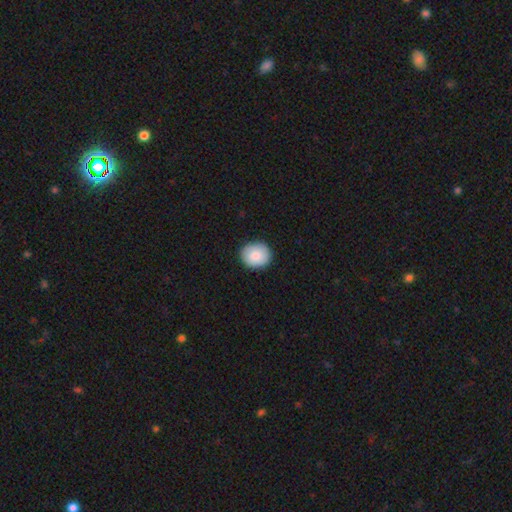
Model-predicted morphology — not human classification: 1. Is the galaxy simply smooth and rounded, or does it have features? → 86% smooth, 8% featured or disk, 6% star or artifact.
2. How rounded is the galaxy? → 74% round, 25% in between, 1% cigar-shaped.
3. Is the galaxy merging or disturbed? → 89% none, 9% minor disturbance, 2% major disturbance, 1% merger.